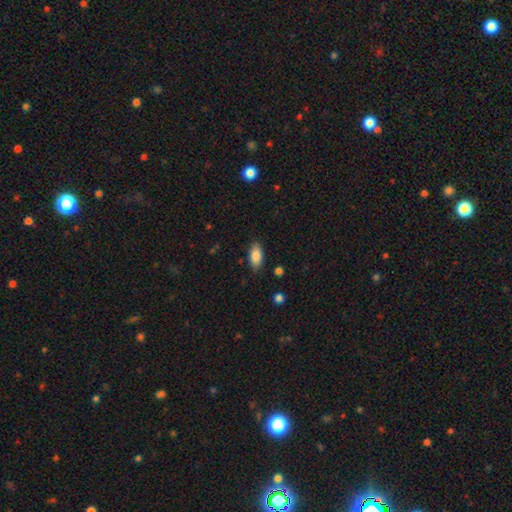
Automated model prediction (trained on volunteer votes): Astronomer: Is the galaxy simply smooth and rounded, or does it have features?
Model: smooth — 85%.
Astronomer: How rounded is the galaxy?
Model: in between — 90%.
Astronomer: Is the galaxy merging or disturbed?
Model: none — 85%.